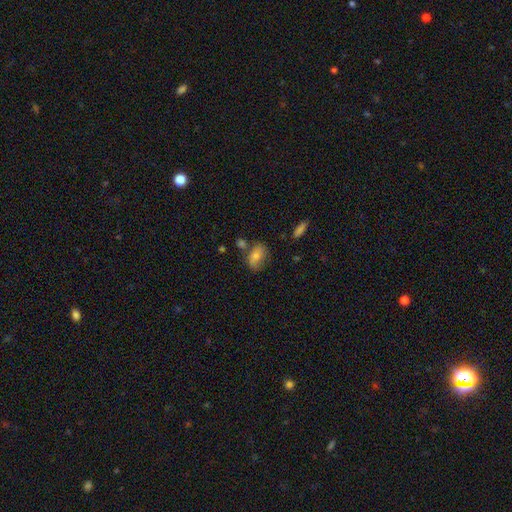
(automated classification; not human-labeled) This appears to be a smooth galaxy with no disk features (70%) that is in between round and cigar-shaped (82%). Merging: none (58%).